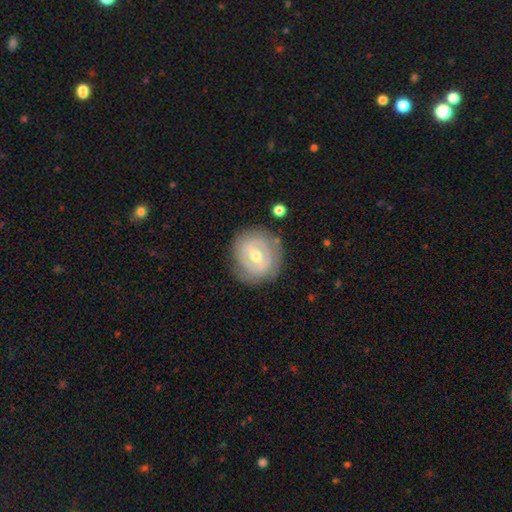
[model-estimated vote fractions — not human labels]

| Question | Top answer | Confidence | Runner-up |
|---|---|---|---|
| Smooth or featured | featured or disk | 64% | smooth (31%) |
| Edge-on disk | no | 96% | yes (4%) |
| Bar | weak | 46% | no (33%) |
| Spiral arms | no | 58% | yes (42%) |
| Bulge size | moderate | 68% | small (26%) |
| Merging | none | 79% | minor disturbance (14%) |